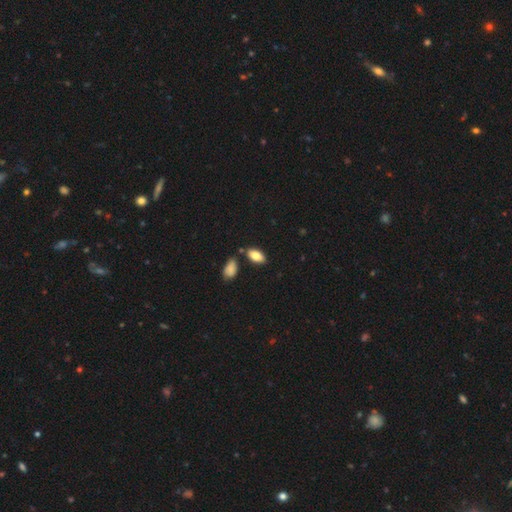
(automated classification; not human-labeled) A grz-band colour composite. It shows a smooth galaxy with no disk features (82%) that is in between round and cigar-shaped (91%). Merging: none (76%).